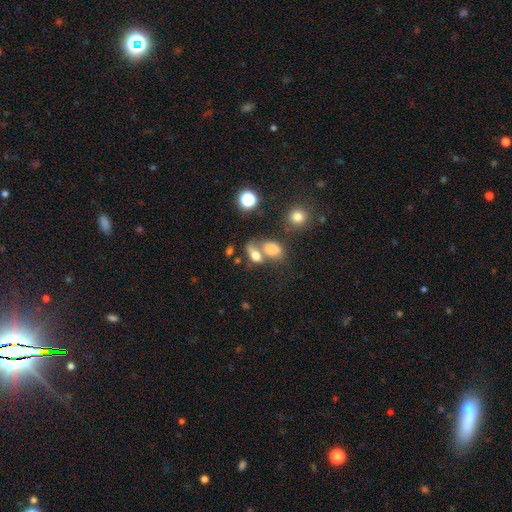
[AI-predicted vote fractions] This is likely a smooth galaxy (71%). How rounded: likely in between (74%). Merging: possibly merger (48%).